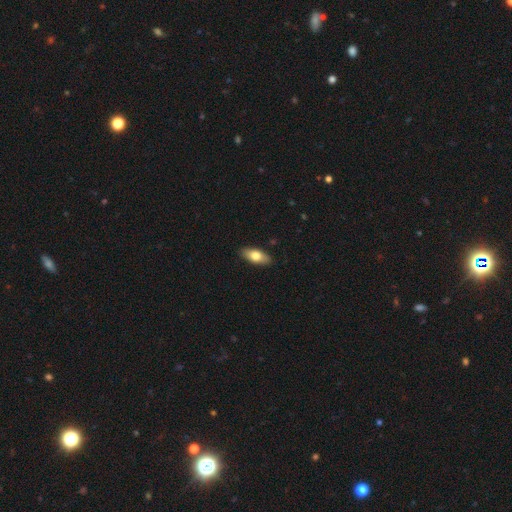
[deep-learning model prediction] The model was most divided on "smooth or featured": smooth: 73%, featured or disk: 21%, star or artifact: 6%. More confident: merging — none (89%); how rounded — in between (84%).